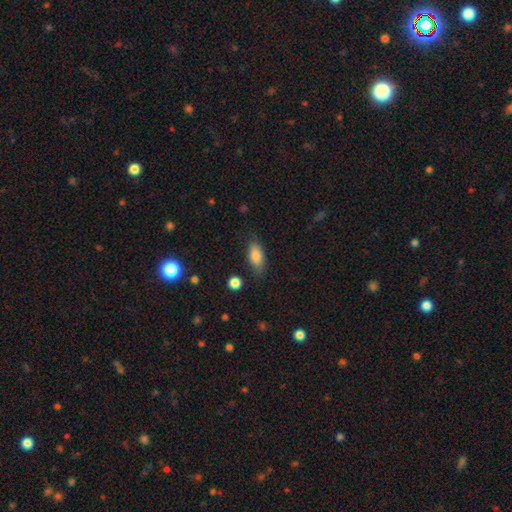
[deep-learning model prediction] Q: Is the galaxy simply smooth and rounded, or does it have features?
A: smooth — 83%.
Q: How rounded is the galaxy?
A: in between — 86%.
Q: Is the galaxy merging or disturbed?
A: none — 76%.